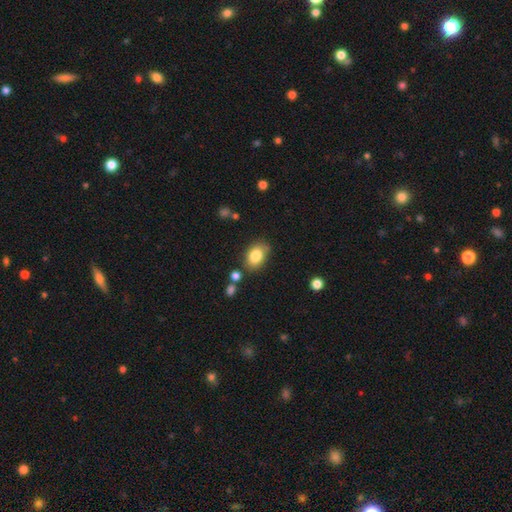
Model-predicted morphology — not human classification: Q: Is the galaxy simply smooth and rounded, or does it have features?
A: smooth — 83%.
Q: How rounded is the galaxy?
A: in between — 82%.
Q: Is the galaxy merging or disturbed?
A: none — 76%.